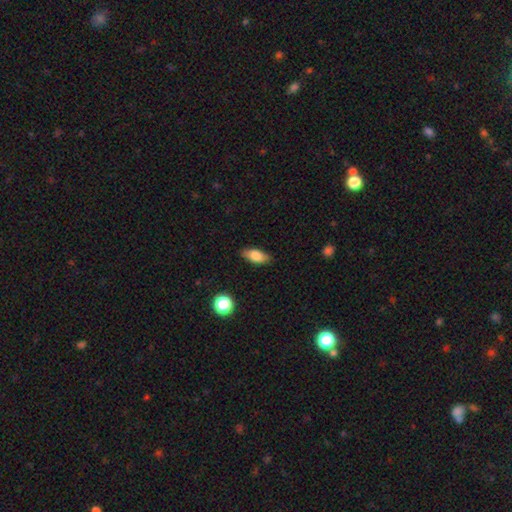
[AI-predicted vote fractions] The model was most divided on "smooth or featured": smooth: 79%, featured or disk: 13%, star or artifact: 8%. More confident: merging — none (86%); how rounded — in between (83%).